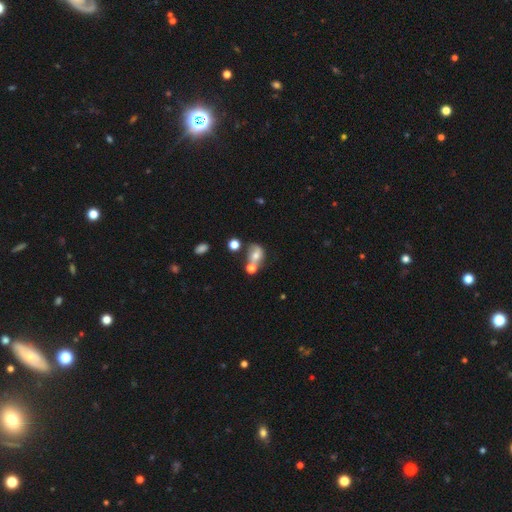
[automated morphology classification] Overall: smooth (55%; featured or disk 31%). How rounded: in between (59%; round 39%). Merging: merger (40%; none 33%).